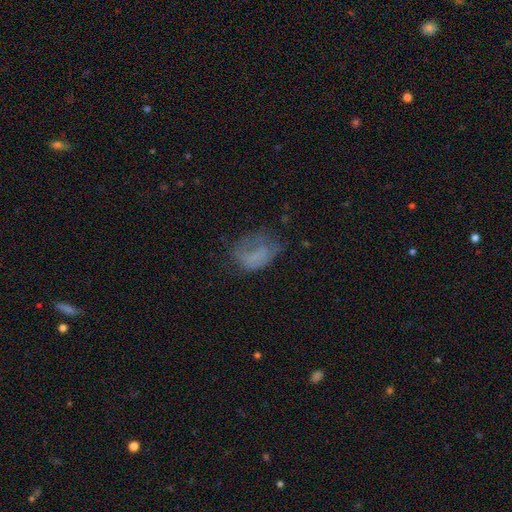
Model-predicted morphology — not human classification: A smooth galaxy with no disk features (58%) that is in between round and cigar-shaped (77%). Merging: none (38%).